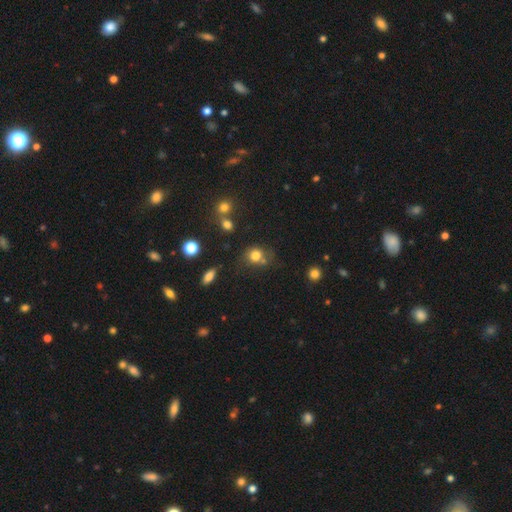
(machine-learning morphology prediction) Q: Smooth or featured?
A: smooth (78%); runner-up: star or artifact (14%)
Q: How rounded?
A: round (77%); runner-up: in between (22%)
Q: Merging?
A: none (53%); runner-up: merger (20%)